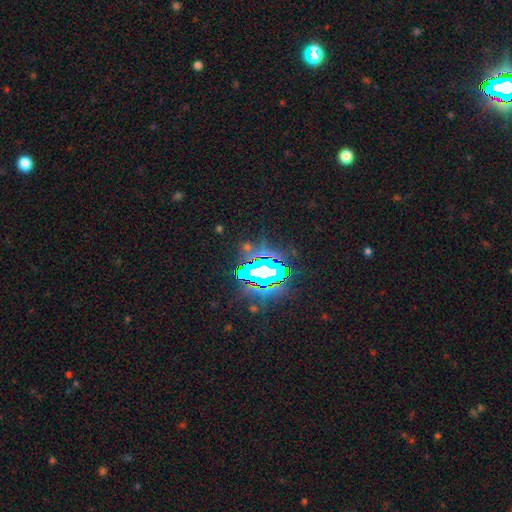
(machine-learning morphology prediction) Smooth or featured? Predicted: star or artifact (p=0.84).